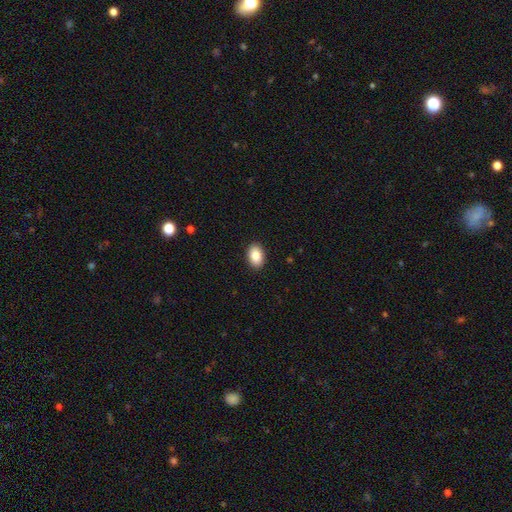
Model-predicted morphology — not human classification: Q: Smooth or featured?
A: smooth (87%); runner-up: star or artifact (7%)
Q: How rounded?
A: in between (89%); runner-up: round (10%)
Q: Merging?
A: none (91%); runner-up: minor disturbance (6%)